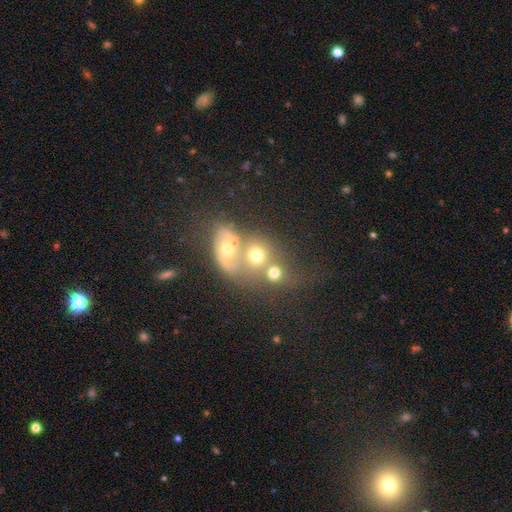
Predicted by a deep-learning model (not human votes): Smooth or featured? Predicted: featured or disk (p=0.43). Merging? Predicted: merger (p=0.77).